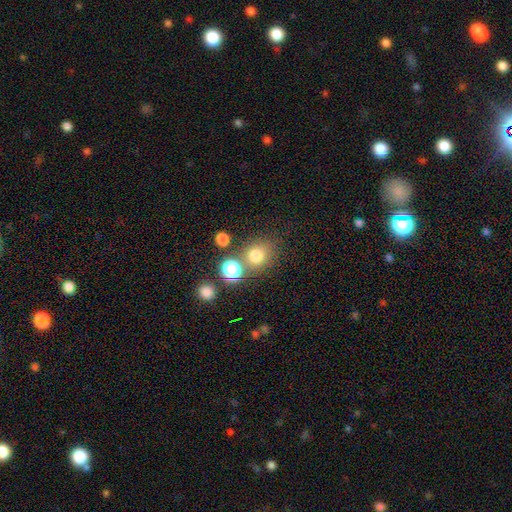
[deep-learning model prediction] smooth-or-featured: smooth: 75% | star or artifact: 17% | featured or disk: 8%
  how-rounded: round: 79% | in between: 20% | cigar-shaped: 1%
  merging: none: 66% | merger: 17% | minor disturbance: 11% | major disturbance: 5%